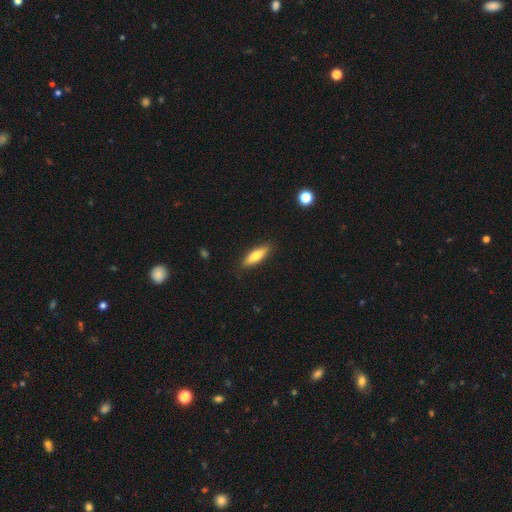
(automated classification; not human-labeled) smooth_or_featured: smooth (p=0.67) [alt: featured or disk p=0.27]
how_rounded: cigar-shaped (p=0.56) [alt: in between p=0.42]
merging: none (p=0.86) [alt: minor disturbance p=0.10]